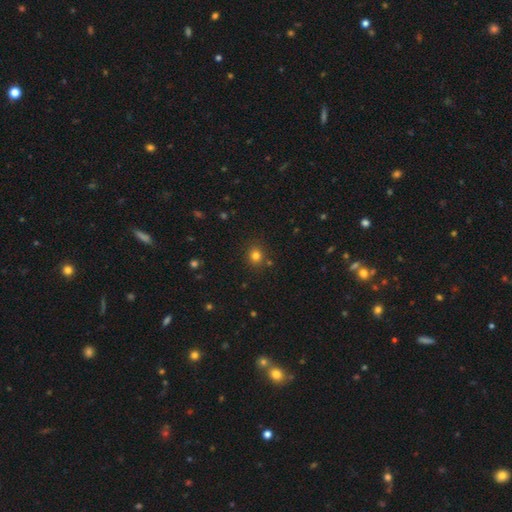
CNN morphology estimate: smooth_or_featured: smooth (p=0.78) [alt: star or artifact p=0.16]
how_rounded: round (p=0.80) [alt: in between p=0.20]
merging: none (p=0.84) [alt: minor disturbance p=0.09]